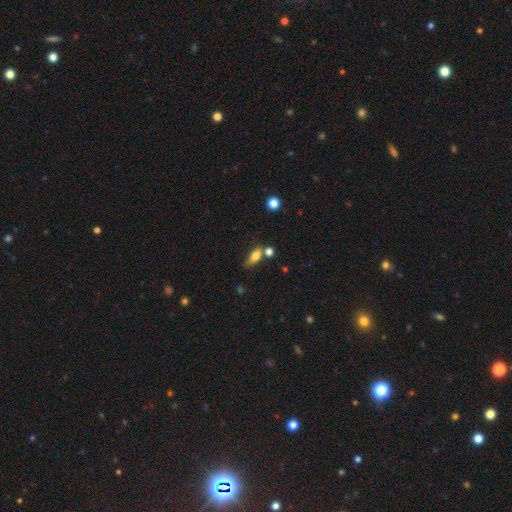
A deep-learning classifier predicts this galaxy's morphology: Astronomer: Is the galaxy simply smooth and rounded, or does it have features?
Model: smooth — 75%.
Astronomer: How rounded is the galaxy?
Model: in between — 75%.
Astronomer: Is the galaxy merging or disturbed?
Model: none — 51%.